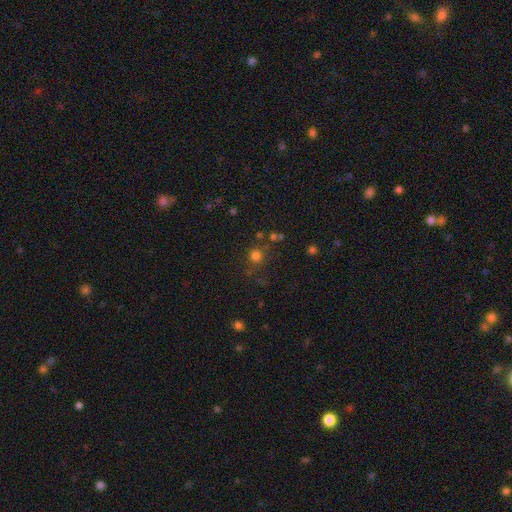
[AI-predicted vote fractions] Smooth or featured? Predicted: smooth (p=0.73). How rounded? Predicted: round (p=0.92). Merging? Predicted: none (p=0.77).